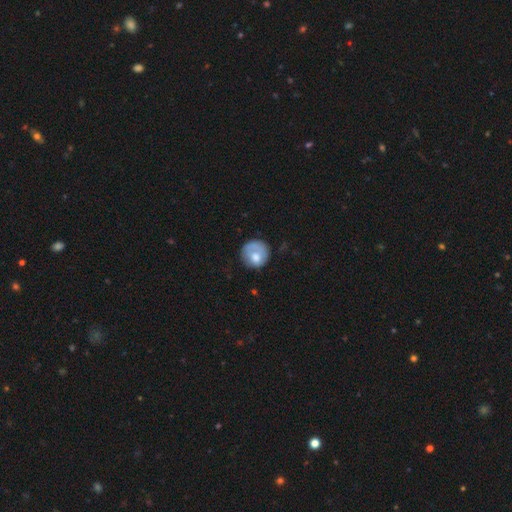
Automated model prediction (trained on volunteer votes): smooth-or-featured: smooth: 67% | featured or disk: 26% | star or artifact: 7%
  how-rounded: round: 87% | in between: 12% | cigar-shaped: 1%
  merging: none: 59% | minor disturbance: 24% | major disturbance: 14% | merger: 2%